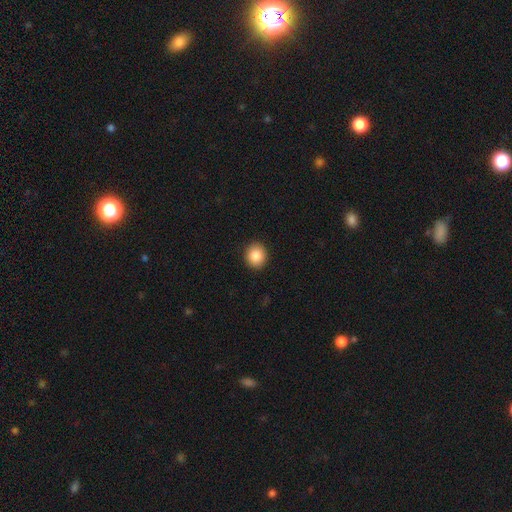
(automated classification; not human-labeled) smooth_or_featured: smooth (p=0.86) [alt: star or artifact p=0.09]
how_rounded: round (p=0.84) [alt: in between p=0.15]
merging: none (p=0.92) [alt: minor disturbance p=0.06]